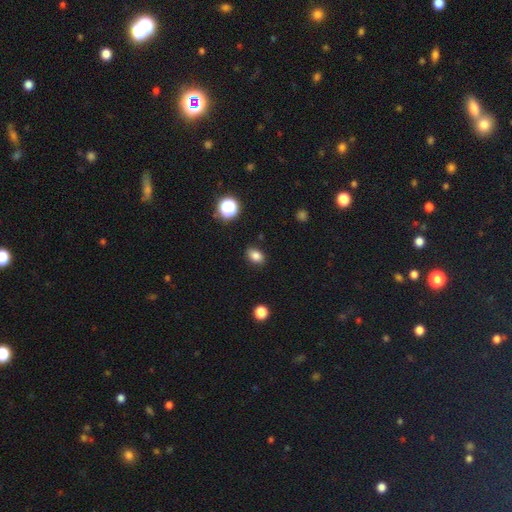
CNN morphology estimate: smooth_or_featured: smooth (p=0.83) [alt: star or artifact p=0.12]
how_rounded: in between (p=0.77) [alt: round p=0.21]
merging: none (p=0.86) [alt: minor disturbance p=0.10]